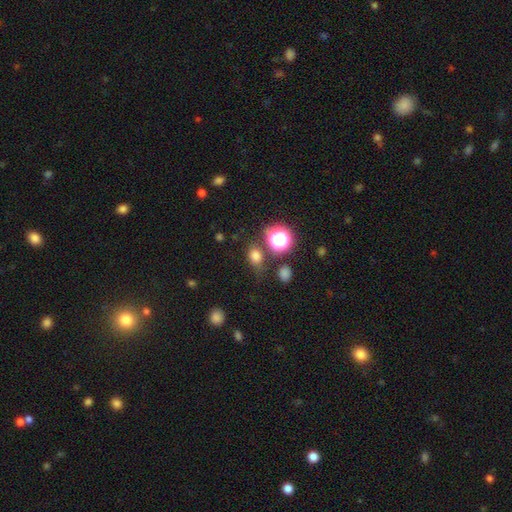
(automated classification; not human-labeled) A smooth galaxy with no disk features (72%) that is round (50%).

Vote fractions:
- Smooth or featured? smooth: 72% / star or artifact: 21% / featured or disk: 7%
- How rounded? round: 50% / in between: 48% / cigar-shaped: 2%
- Merging? none: 69% / minor disturbance: 17% / merger: 8% / major disturbance: 7%